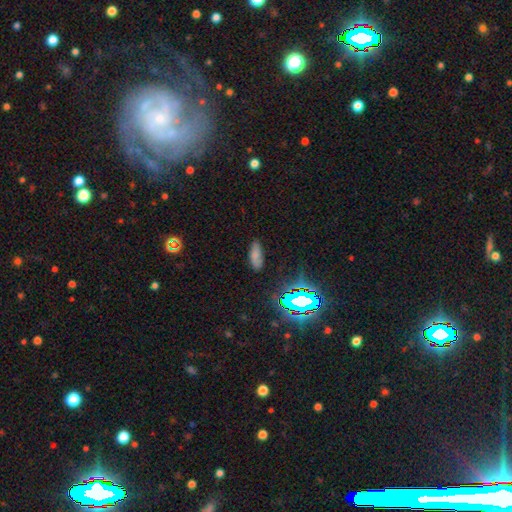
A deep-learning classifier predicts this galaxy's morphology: Overall: smooth (68%). How rounded: in between (71%). Merging: none (77%).